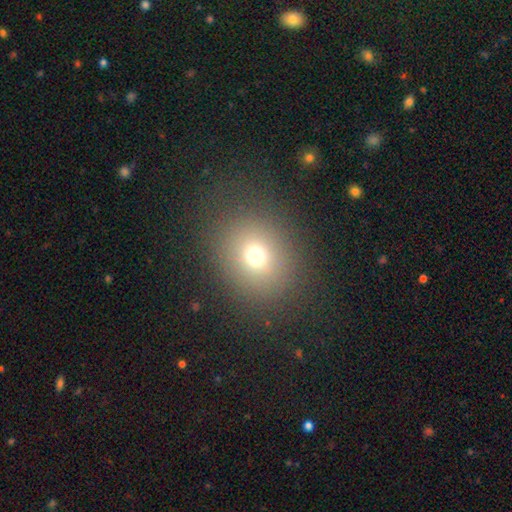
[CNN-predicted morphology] A smooth galaxy with no disk features (71%) that is round (74%). Merging: none (84%).